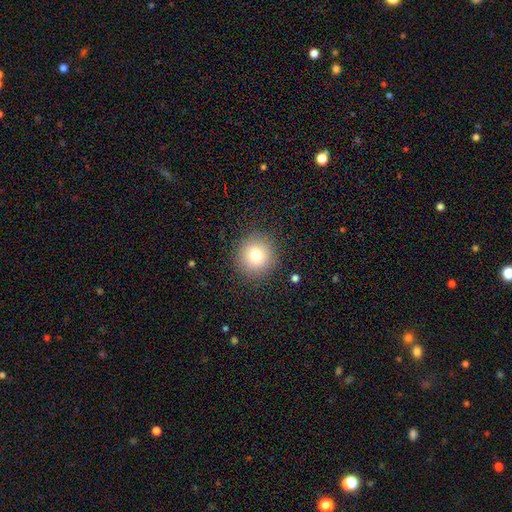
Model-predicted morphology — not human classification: Smooth or featured? smooth (77%)
How rounded? round (93%)
Merging? none (89%)